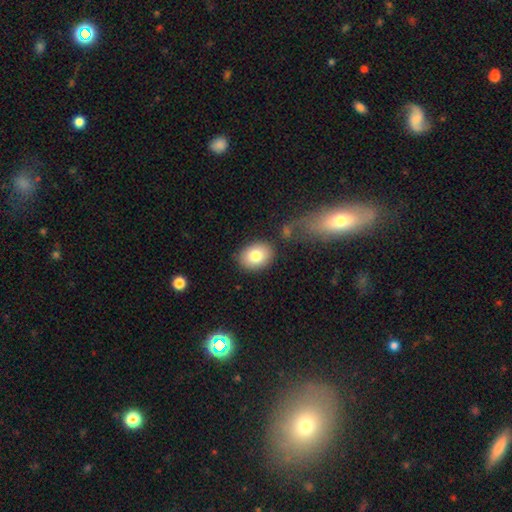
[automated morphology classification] Smooth or featured? smooth (81%)
How rounded? in between (61%)
Merging? none (82%)